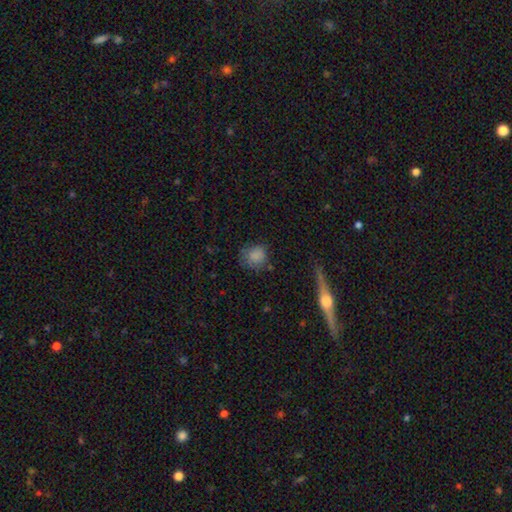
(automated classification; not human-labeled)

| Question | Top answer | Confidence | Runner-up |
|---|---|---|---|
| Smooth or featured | smooth | 81% | star or artifact (10%) |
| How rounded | round | 79% | in between (20%) |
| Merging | none | 65% | minor disturbance (23%) |